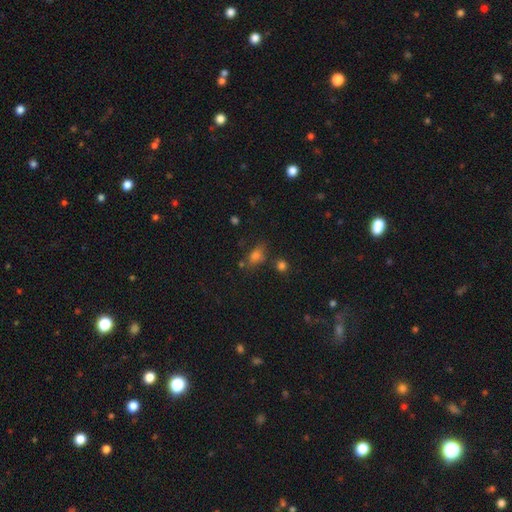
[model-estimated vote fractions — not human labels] smooth 71%, star or artifact 19%, featured or disk 10%. Down the decision tree: how rounded — in between (74%); merging — none (59%).